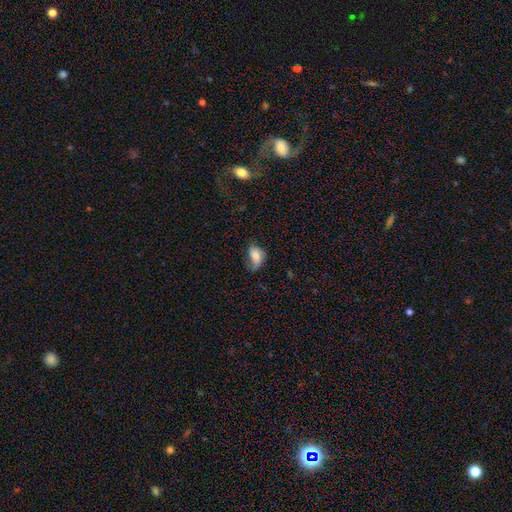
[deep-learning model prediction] smooth-or-featured: smooth: 70% | featured or disk: 21% | star or artifact: 8%
  how-rounded: in between: 86% | round: 12% | cigar-shaped: 2%
  merging: none: 40% | minor disturbance: 37% | major disturbance: 20% | merger: 2%